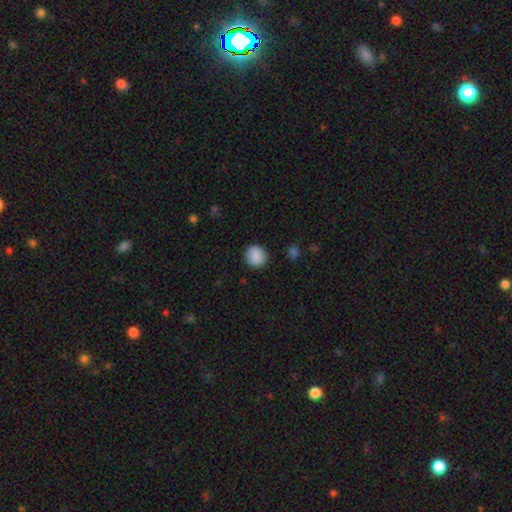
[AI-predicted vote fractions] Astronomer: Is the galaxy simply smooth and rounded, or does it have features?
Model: smooth — 89%.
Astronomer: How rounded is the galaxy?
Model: round — 88%.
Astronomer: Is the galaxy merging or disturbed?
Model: none — 89%.